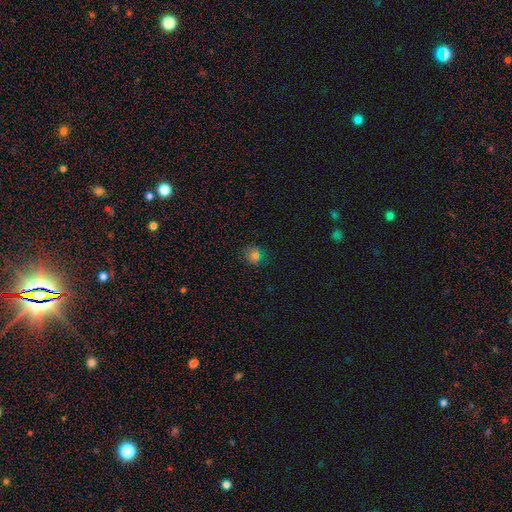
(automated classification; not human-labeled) Smooth or featured?
  - smooth: 71% *
  - star or artifact: 22%
  - featured or disk: 7%
How rounded?
  - round: 84% *
  - in between: 14%
  - cigar-shaped: 1%
Merging?
  - none: 87% *
  - minor disturbance: 9%
  - major disturbance: 3%
  - merger: 1%